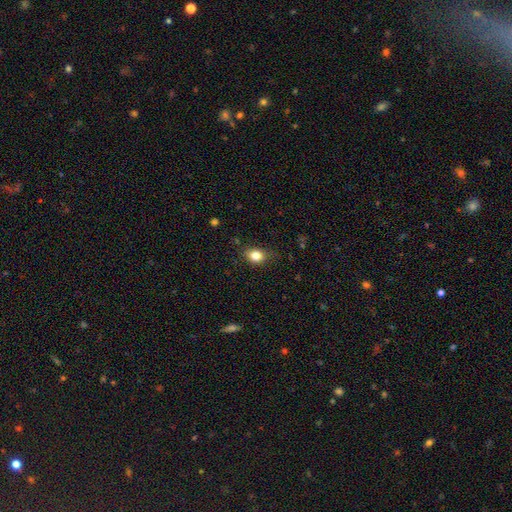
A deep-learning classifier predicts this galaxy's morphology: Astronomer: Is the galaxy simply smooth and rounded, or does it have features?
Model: smooth — 82%.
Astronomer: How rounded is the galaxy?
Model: in between — 60% (runner-up: round, 39%).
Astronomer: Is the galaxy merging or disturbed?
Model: none — 77%.